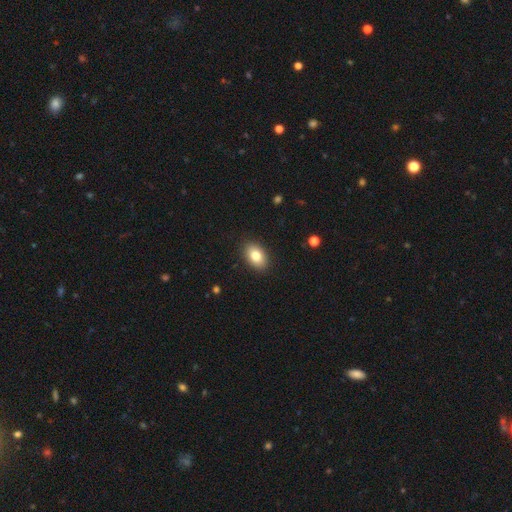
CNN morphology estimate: The model was most divided on "smooth or featured": smooth: 81%, featured or disk: 11%, star or artifact: 8%. More confident: merging — none (89%); how rounded — in between (88%).